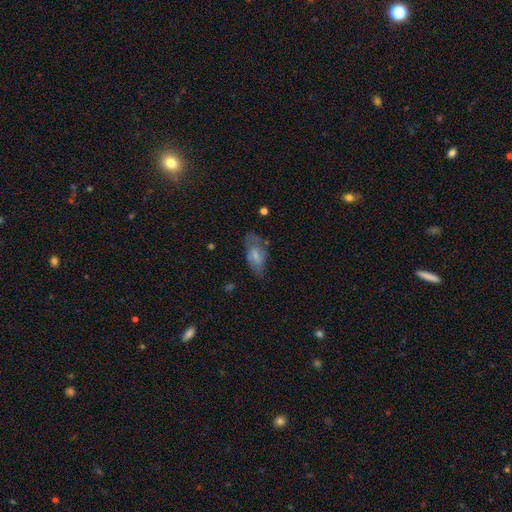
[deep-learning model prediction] Smooth or featured? Predicted: smooth (p=0.59). How rounded? Predicted: in between (p=0.87). Merging? Predicted: none (p=0.54).